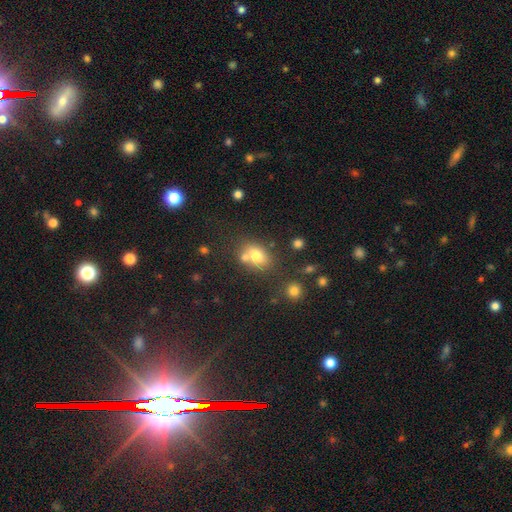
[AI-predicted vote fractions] This appears to be a smooth galaxy with no disk features (74%) that is in between round and cigar-shaped (67%). Merging: none (54%).